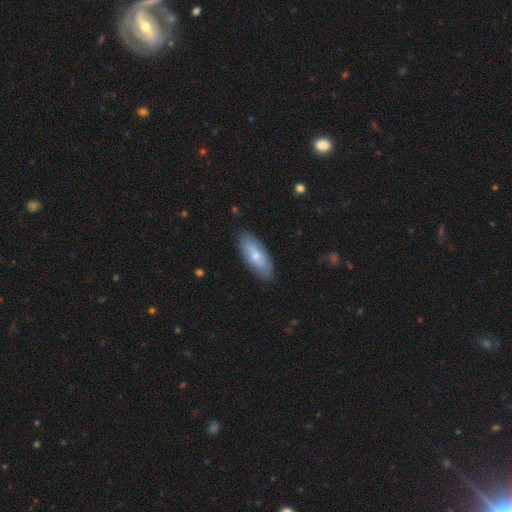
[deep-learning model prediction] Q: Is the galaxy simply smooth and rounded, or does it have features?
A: smooth — 55%.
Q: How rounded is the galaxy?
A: in between — 76%.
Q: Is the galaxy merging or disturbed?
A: none — 81%.